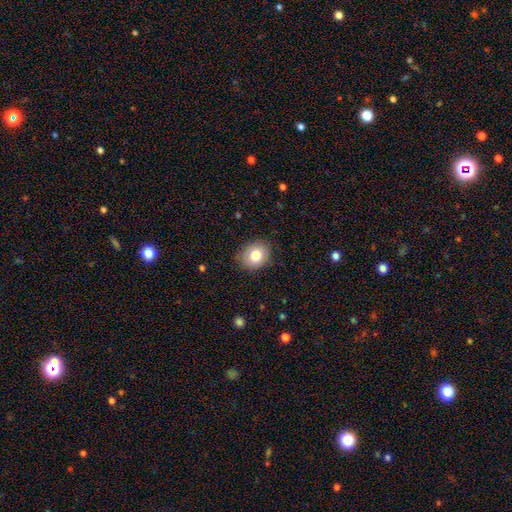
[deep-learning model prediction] Smooth or featured? smooth (81%)
How rounded? in between (50%, tied with round)
Merging? none (83%)